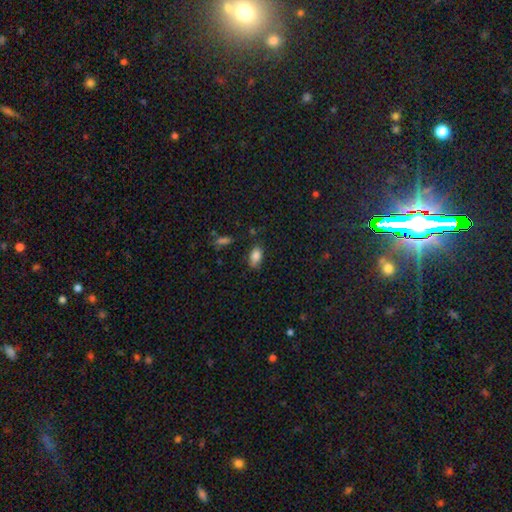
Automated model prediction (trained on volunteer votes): smooth-or-featured: smooth: 85% | star or artifact: 10% | featured or disk: 6%
  how-rounded: in between: 90% | round: 6% | cigar-shaped: 4%
  merging: none: 73% | minor disturbance: 20% | major disturbance: 4% | merger: 3%